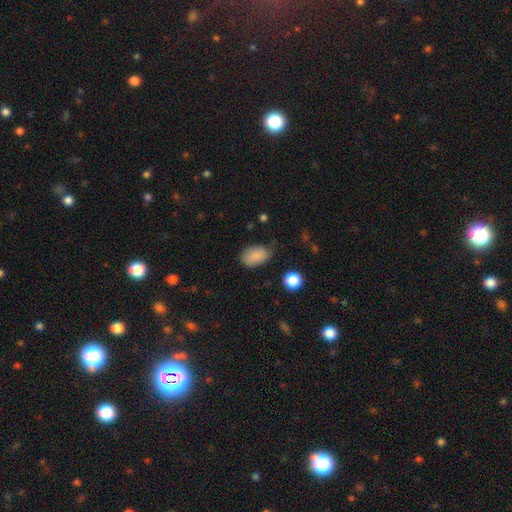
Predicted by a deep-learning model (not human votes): Smooth or featured?
  - smooth: 85% *
  - star or artifact: 8%
  - featured or disk: 6%
How rounded?
  - in between: 89% *
  - round: 10%
  - cigar-shaped: 1%
Merging?
  - none: 66% *
  - minor disturbance: 27%
  - major disturbance: 6%
  - merger: 2%